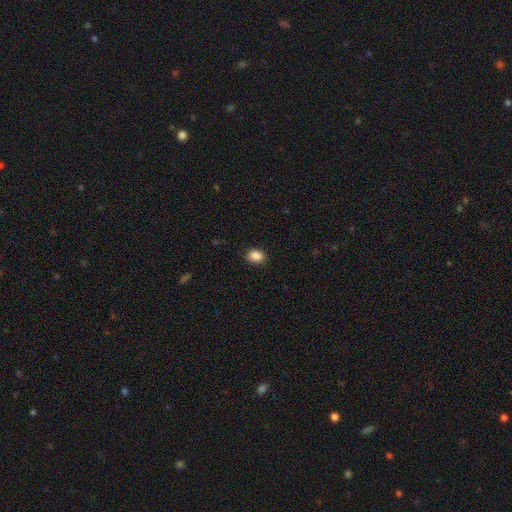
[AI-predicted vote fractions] Smooth or featured: smooth — 88% (star or artifact — 9%)
How rounded: in between — 62% (round — 37%)
Merging: none — 87% (minor disturbance — 10%)